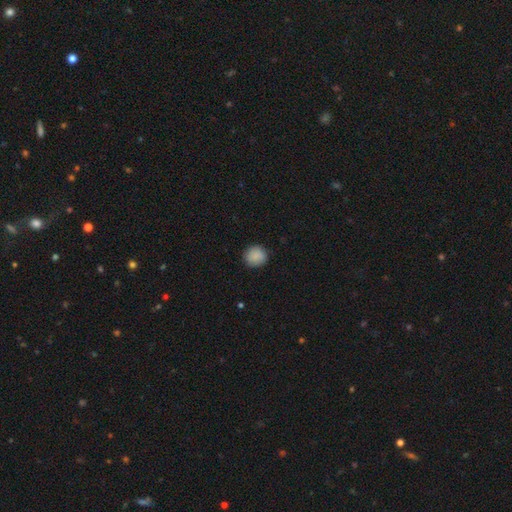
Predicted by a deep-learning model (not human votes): This appears to be a smooth galaxy with no disk features (89%) that is round (90%). Merging: none (89%).